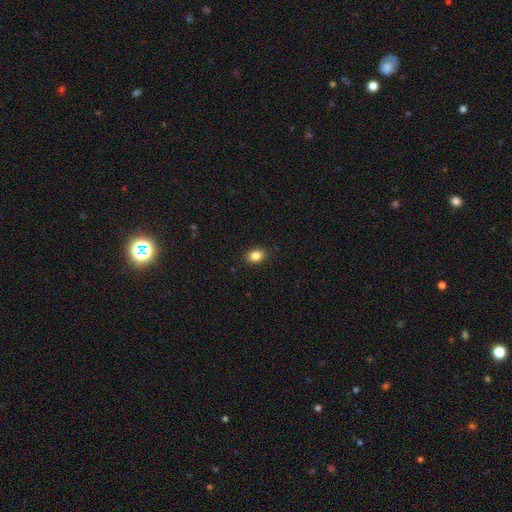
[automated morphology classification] Smooth or featured? Predicted: smooth (p=0.85). How rounded? Predicted: in between (p=0.77). Merging? Predicted: none (p=0.89).